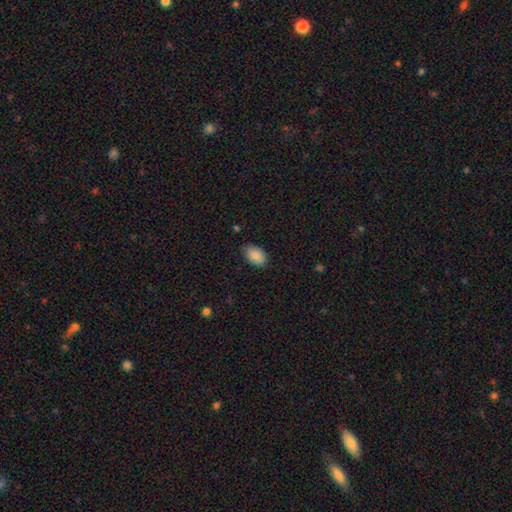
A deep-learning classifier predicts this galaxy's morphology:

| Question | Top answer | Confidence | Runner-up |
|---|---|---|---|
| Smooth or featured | smooth | 89% | star or artifact (7%) |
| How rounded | in between | 92% | round (6%) |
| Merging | none | 80% | minor disturbance (16%) |